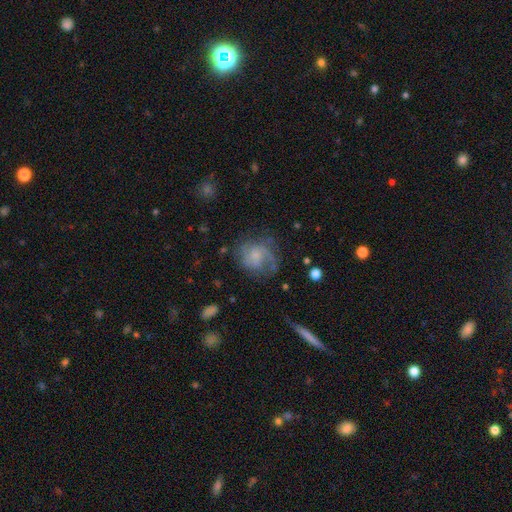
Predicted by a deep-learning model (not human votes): This appears to be a featured or disk galaxy (64%) with no bar (73%), 2 (37%) medium (44%) spiral arms (87%) and a small central bulge (59%). Merging: none (58%).